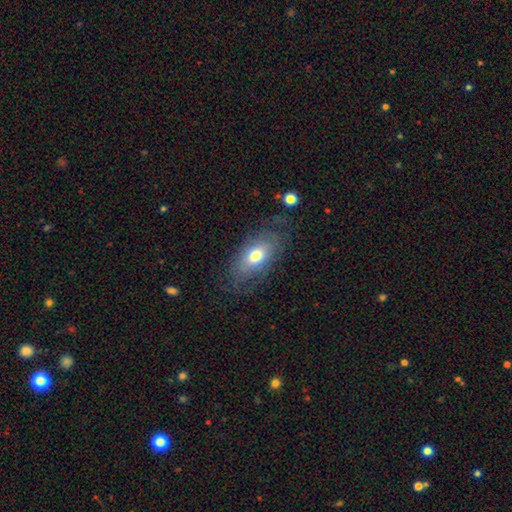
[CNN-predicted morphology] Overall: smooth (54%; featured or disk 38%). How rounded: in between (89%). Merging: none (69%).